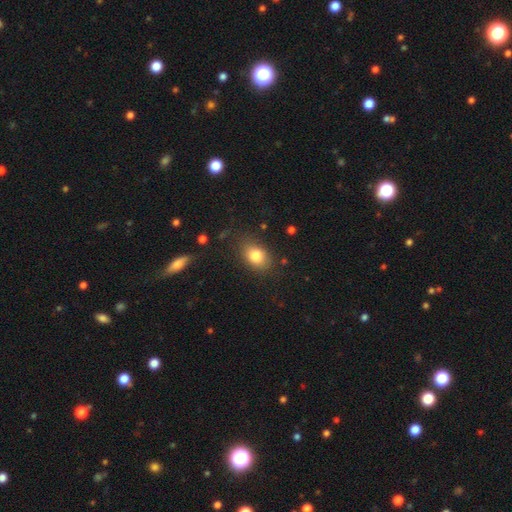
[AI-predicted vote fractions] A smooth galaxy with no disk features (82%) that is in between round and cigar-shaped (75%). Merging: none (76%).